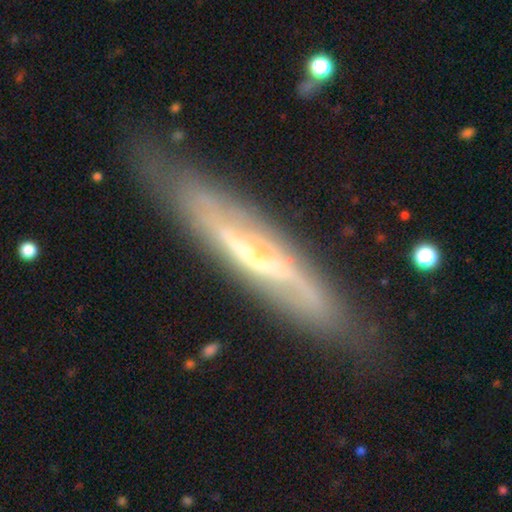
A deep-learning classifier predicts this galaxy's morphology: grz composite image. It shows a featured or disk galaxy (75%) viewed edge-on (56%). Merging: none (77%).